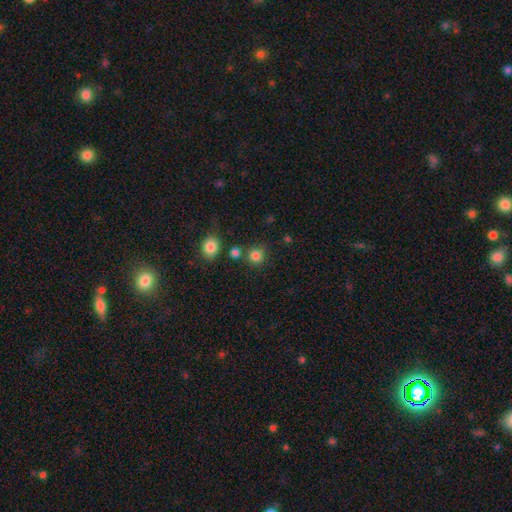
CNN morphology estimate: Q: Smooth or featured?
A: smooth (83%); runner-up: star or artifact (13%)
Q: How rounded?
A: round (90%); runner-up: in between (9%)
Q: Merging?
A: none (75%); runner-up: minor disturbance (11%)